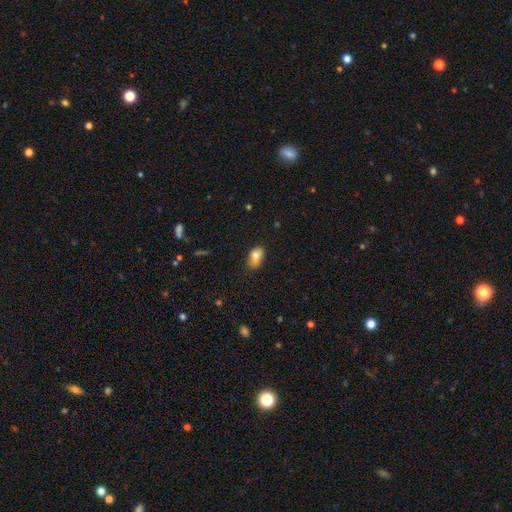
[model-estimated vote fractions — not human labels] Morphology: type=smooth (81%); roundness=in between (90%); merging=none (61%).